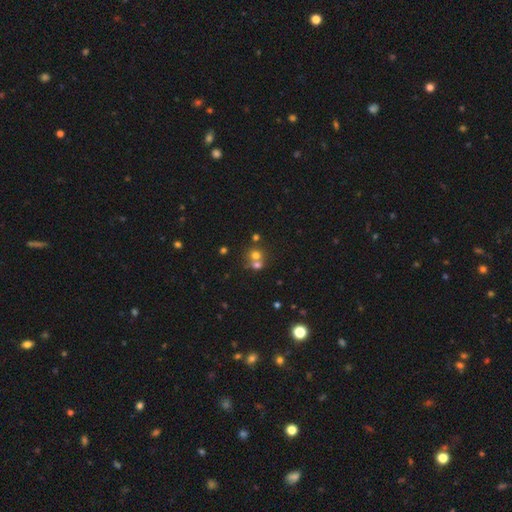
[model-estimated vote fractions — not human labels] smooth_or_featured: smooth (p=0.63) [alt: star or artifact p=0.20]
how_rounded: round (p=0.84) [alt: in between p=0.15]
merging: merger (p=0.50) [alt: none p=0.41]